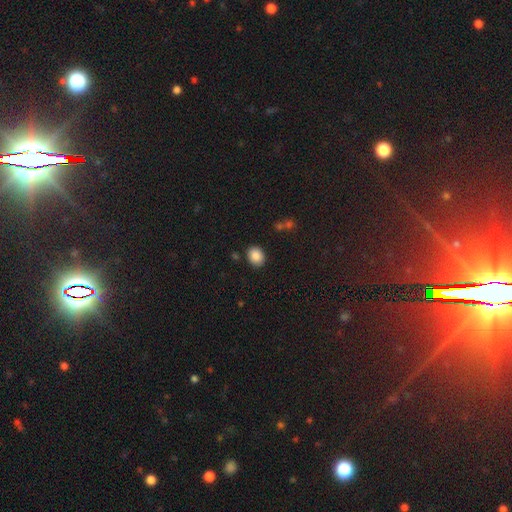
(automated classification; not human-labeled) The model was most divided on "how rounded": round: 52%, in between: 47%, cigar-shaped: 1%. More confident: smooth or featured — smooth (87%); merging — none (86%).